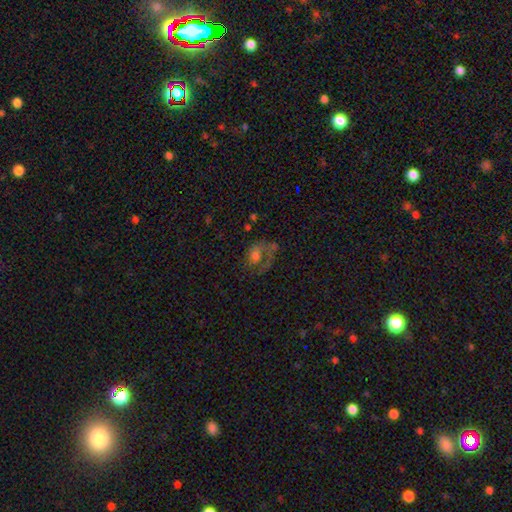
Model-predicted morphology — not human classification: This is possibly a featured or disk galaxy (49%). Merging: marginally major disturbance (41%).